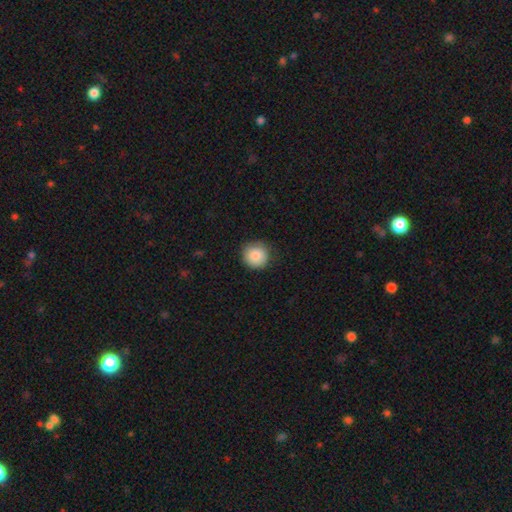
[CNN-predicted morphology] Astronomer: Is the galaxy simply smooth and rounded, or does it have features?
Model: smooth — 86%.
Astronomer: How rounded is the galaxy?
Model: round — 93%.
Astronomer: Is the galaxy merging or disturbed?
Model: none — 83%.